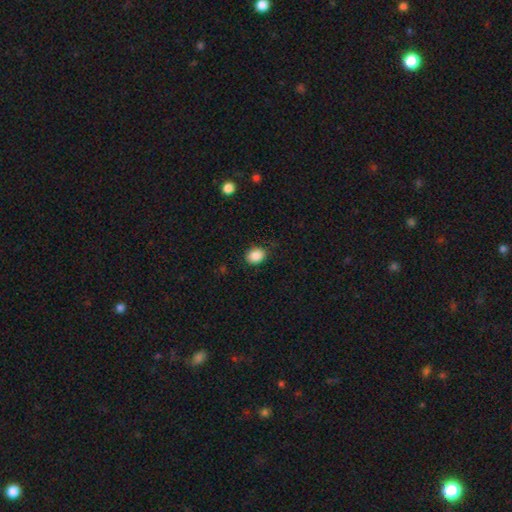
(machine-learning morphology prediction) type=smooth (88%); roundness=in between (55%); merging=none (85%).